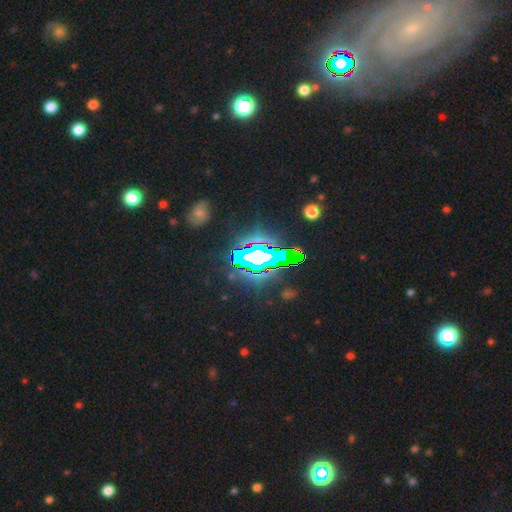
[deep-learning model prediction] star or artifact 75%, featured or disk 14%, smooth 10%.